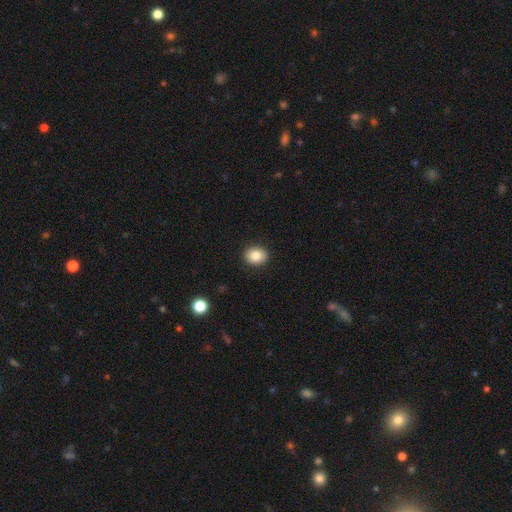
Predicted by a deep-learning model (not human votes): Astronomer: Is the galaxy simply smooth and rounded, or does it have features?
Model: smooth — 83%.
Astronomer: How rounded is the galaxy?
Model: round — 60% (runner-up: in between, 39%).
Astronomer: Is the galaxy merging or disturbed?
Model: none — 91%.